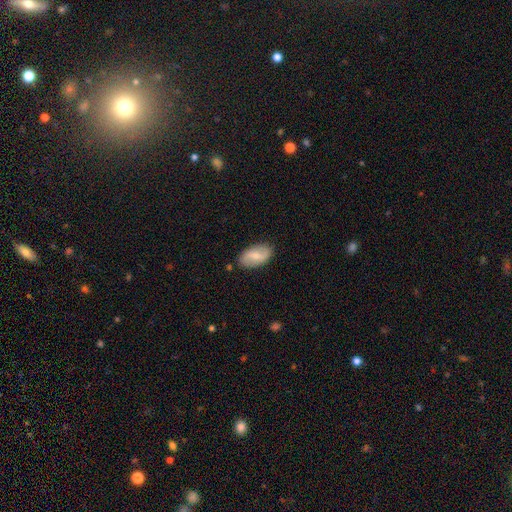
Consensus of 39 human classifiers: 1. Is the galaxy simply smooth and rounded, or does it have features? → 51% featured or disk, 41% smooth, 8% star or artifact.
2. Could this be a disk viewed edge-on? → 100% no, 0% yes.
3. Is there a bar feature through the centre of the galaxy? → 45% weak, 30% strong, 25% no.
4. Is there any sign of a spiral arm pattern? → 85% yes, 15% no.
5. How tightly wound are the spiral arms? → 71% loose, 18% medium, 12% tight.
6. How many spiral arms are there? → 100% 2, 0% 1, 0% 3, 0% 4, 0% more than 4, 0% can't tell.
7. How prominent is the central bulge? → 50% small, 30% moderate, 10% dominant, 10% none, 0% large.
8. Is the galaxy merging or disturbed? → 86% none, 11% minor disturbance, 3% merger, 0% major disturbance.